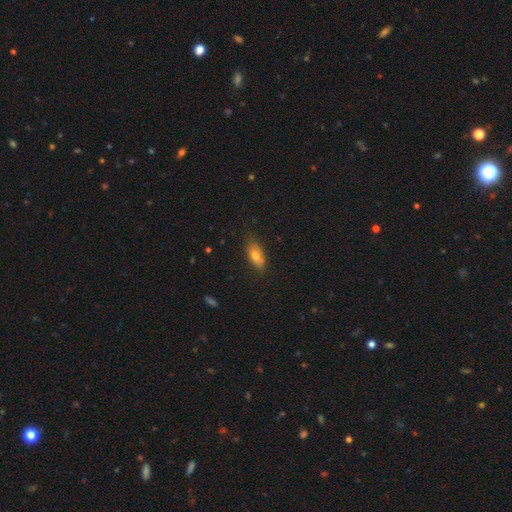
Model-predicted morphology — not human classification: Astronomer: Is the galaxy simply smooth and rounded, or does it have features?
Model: smooth — 74%.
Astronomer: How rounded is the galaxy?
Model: in between — 84%.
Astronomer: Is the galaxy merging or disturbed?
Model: none — 77%.